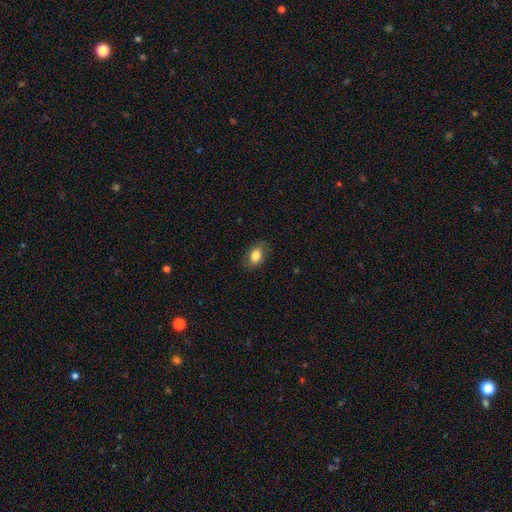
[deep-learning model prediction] smooth 78%, featured or disk 14%, star or artifact 8%. Down the decision tree: how rounded — in between (83%); merging — none (79%).